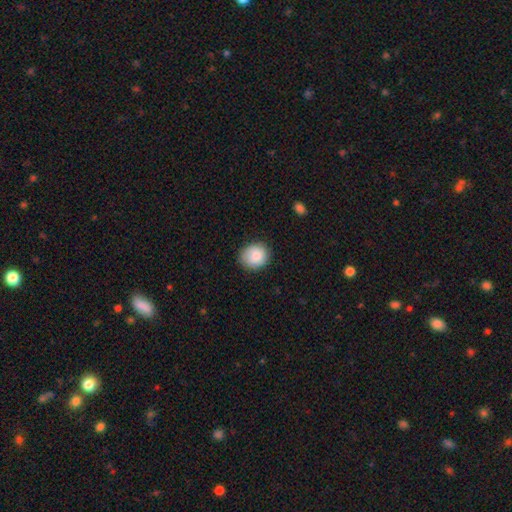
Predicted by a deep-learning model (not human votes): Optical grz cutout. It shows a smooth galaxy with no disk features (86%) that is round (71%). Merging: none (82%).